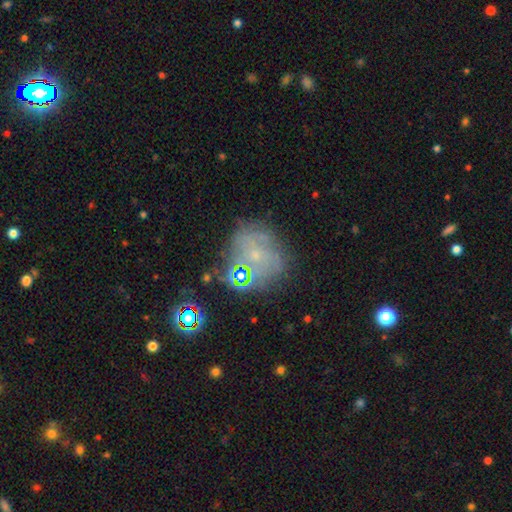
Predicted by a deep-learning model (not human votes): featured or disk 48%, smooth 27%, star or artifact 26%. Down the decision tree: merging — none (63%).